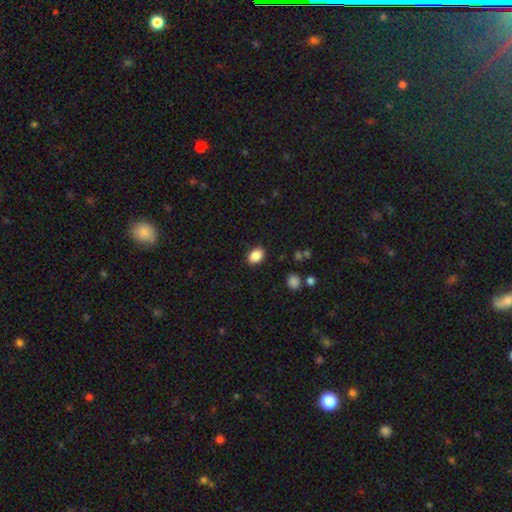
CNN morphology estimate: A smooth galaxy with no disk features (88%) that is in between round and cigar-shaped (79%). Merging: none (88%).